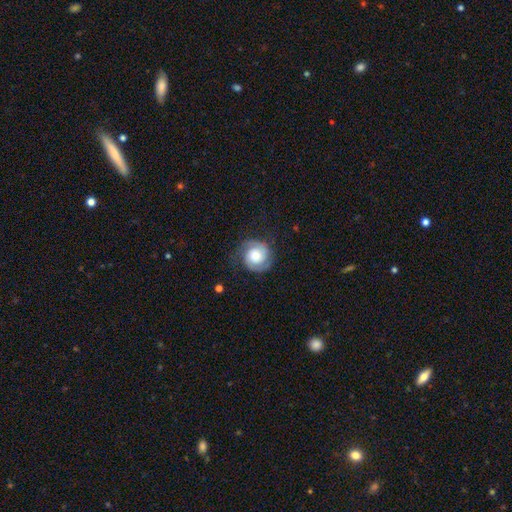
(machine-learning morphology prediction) Smooth or featured: featured or disk — 73% (smooth — 20%)
Edge-on disk: no — 98% (yes — 2%)
Bar: no — 70% (weak — 25%)
Spiral arms: yes — 95% (no — 5%)
Spiral winding: tight — 55% (medium — 35%)
Spiral arm count: 2 — 86% (can't tell — 6%)
Bulge size: large — 40% (moderate — 36%)
Merging: none — 75% (minor disturbance — 16%)